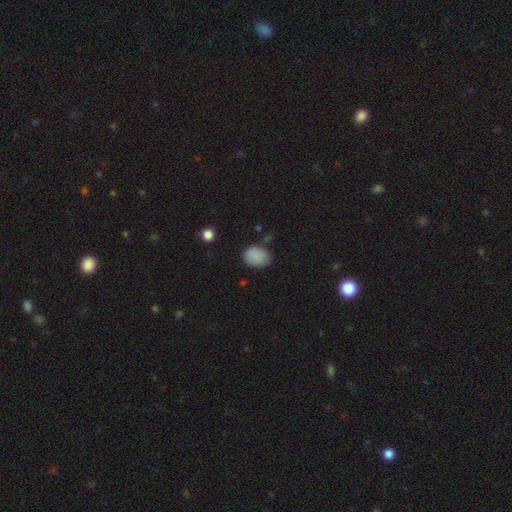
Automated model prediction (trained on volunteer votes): Overall: smooth (87%). How rounded: in between (59%; round 40%). Merging: none (73%).